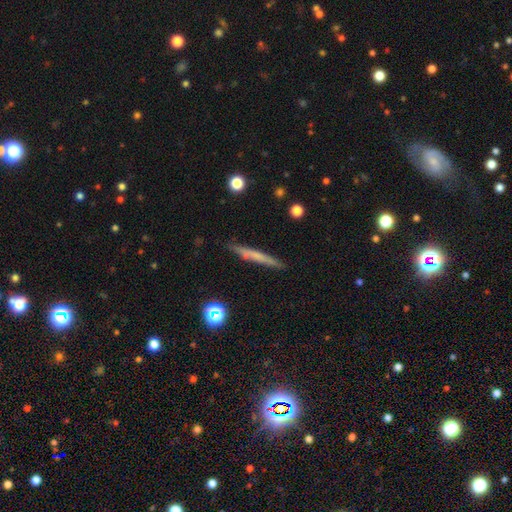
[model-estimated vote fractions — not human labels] smooth-or-featured: smooth: 54% | featured or disk: 39% | star or artifact: 8%
  how-rounded: cigar-shaped: 95% | in between: 3% | round: 2%
  merging: none: 87% | minor disturbance: 9% | major disturbance: 2% | merger: 2%